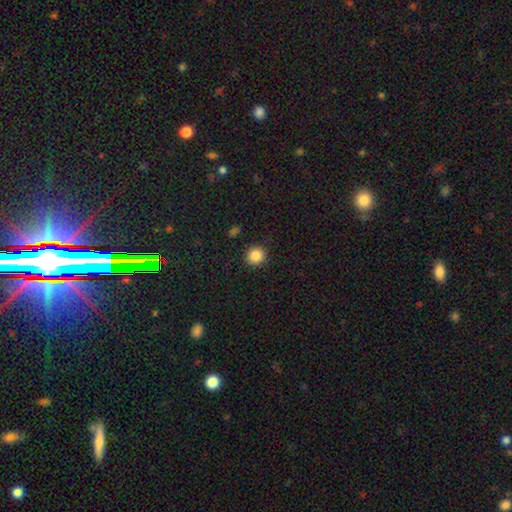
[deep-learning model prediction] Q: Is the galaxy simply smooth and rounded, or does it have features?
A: smooth — 85%.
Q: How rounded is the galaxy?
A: round — 92%.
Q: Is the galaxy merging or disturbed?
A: none — 91%.